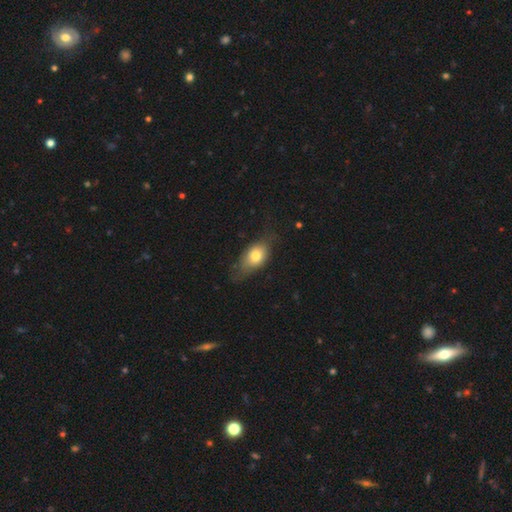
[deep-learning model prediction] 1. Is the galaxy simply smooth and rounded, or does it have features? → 72% smooth, 20% featured or disk, 8% star or artifact.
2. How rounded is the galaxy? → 79% in between, 15% round, 5% cigar-shaped.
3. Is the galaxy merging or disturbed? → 56% none, 30% minor disturbance, 13% major disturbance, 2% merger.